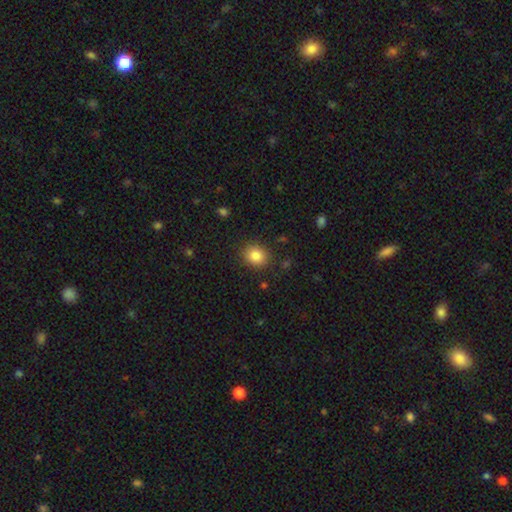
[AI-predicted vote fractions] Morphology: type=smooth (85%); roundness=round (68%); merging=none (87%).